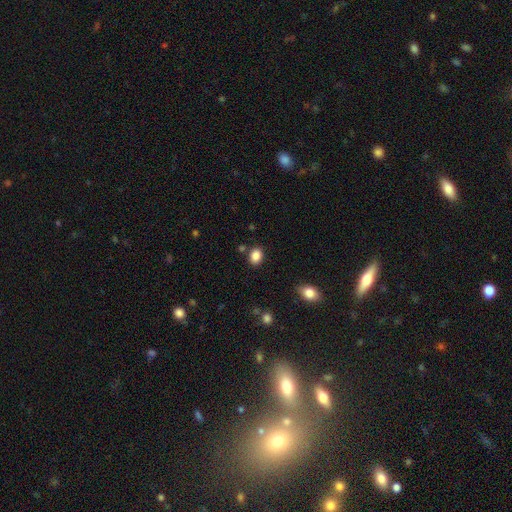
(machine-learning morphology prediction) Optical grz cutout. It shows a smooth galaxy with no disk features (86%) that is in between round and cigar-shaped (58%). Merging: none (83%).